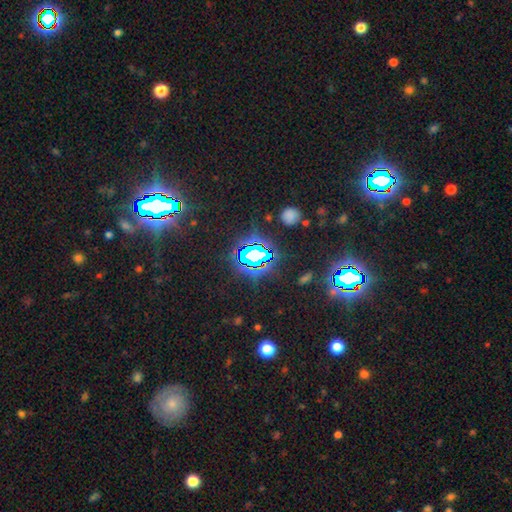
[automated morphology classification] smooth_or_featured: star or artifact (p=0.77) [alt: smooth p=0.14]